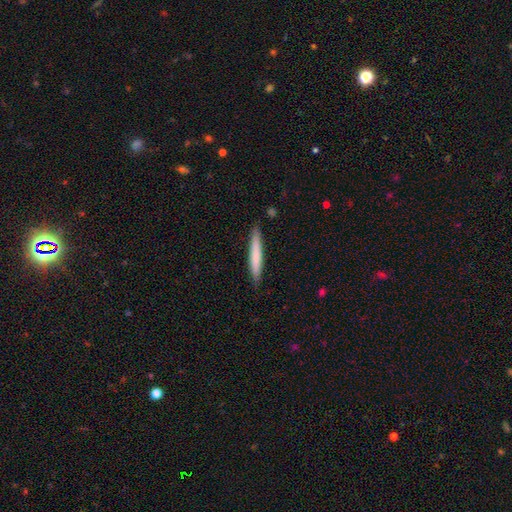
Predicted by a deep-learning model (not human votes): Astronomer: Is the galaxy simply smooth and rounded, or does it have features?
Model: smooth — 72%.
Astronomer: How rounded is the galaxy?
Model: cigar-shaped — 95%.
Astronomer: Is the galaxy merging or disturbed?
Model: none — 88%.